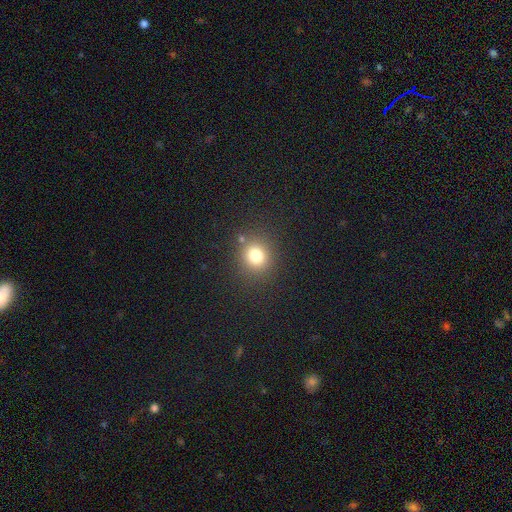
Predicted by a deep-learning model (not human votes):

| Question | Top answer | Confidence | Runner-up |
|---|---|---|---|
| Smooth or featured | smooth | 78% | star or artifact (15%) |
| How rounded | round | 82% | in between (17%) |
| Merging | none | 83% | minor disturbance (9%) |